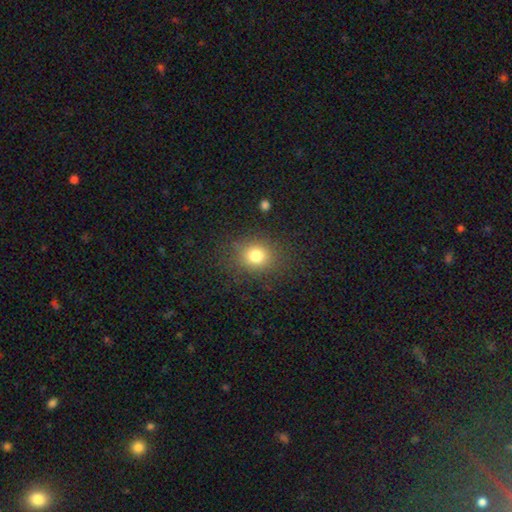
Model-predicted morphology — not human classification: Overall: smooth (79%). How rounded: round (71%). Merging: none (84%).